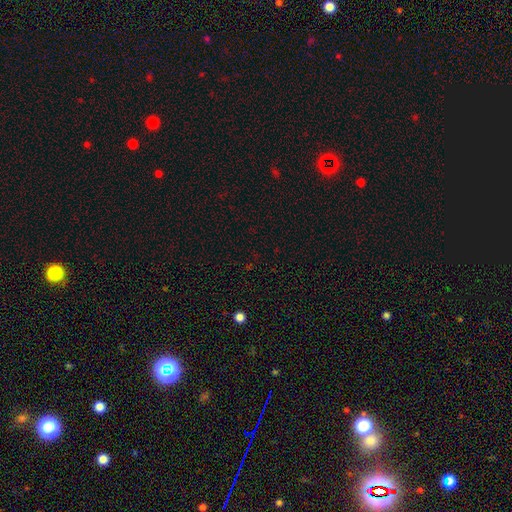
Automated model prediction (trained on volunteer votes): A star or artifact, not a galaxy (65%).